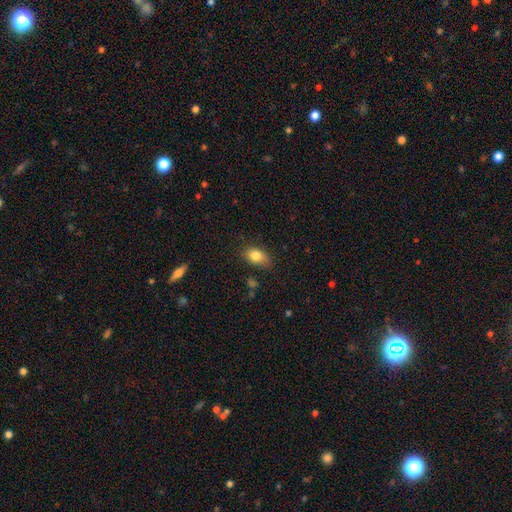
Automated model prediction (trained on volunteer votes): smooth-or-featured: smooth: 82% | featured or disk: 9% | star or artifact: 9%
  how-rounded: in between: 82% | round: 16% | cigar-shaped: 3%
  merging: none: 73% | minor disturbance: 21% | major disturbance: 4% | merger: 2%